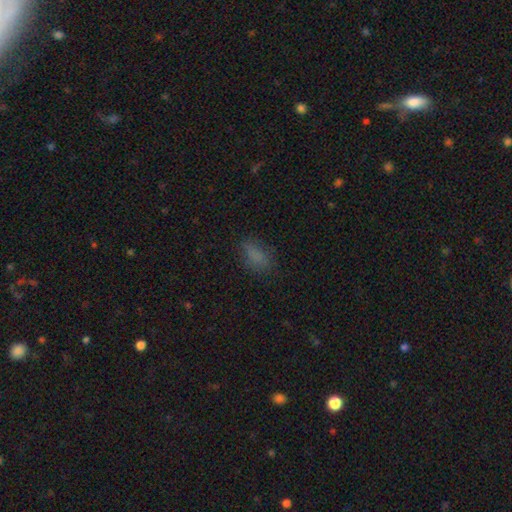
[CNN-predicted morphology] A smooth galaxy with no disk features (79%) that is in between round and cigar-shaped (85%).

Vote fractions:
- Smooth or featured? smooth: 79% / star or artifact: 14% / featured or disk: 7%
- How rounded? in between: 85% / cigar-shaped: 8% / round: 7%
- Merging? none: 73% / minor disturbance: 19% / major disturbance: 7% / merger: 2%